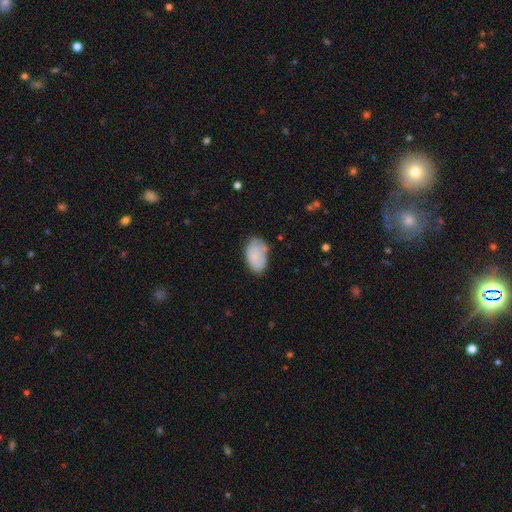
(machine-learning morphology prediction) Smooth or featured? Predicted: smooth (p=0.79). How rounded? Predicted: in between (p=0.94). Merging? Predicted: none (p=0.65).